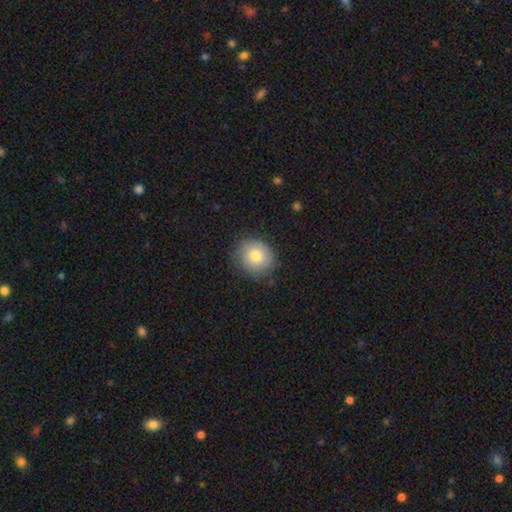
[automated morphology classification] Overall: smooth (79%). How rounded: round (81%). Merging: none (82%).